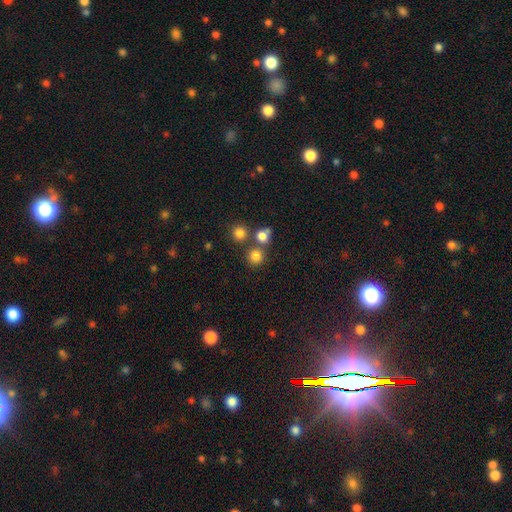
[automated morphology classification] A smooth galaxy with no disk features (79%) that is round (88%).

Vote fractions:
- Smooth or featured? smooth: 79% / star or artifact: 15% / featured or disk: 6%
- How rounded? round: 88% / in between: 11% / cigar-shaped: 1%
- Merging? none: 67% / merger: 22% / minor disturbance: 7% / major disturbance: 4%